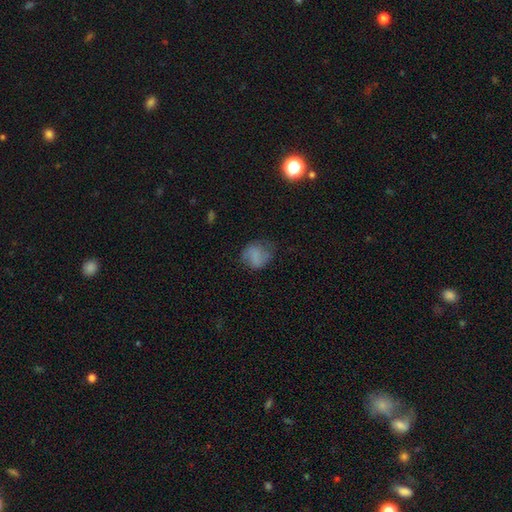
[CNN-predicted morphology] Smooth or featured: smooth — 73% (featured or disk — 17%)
How rounded: round — 61% (in between — 38%)
Merging: none — 58% (minor disturbance — 28%)